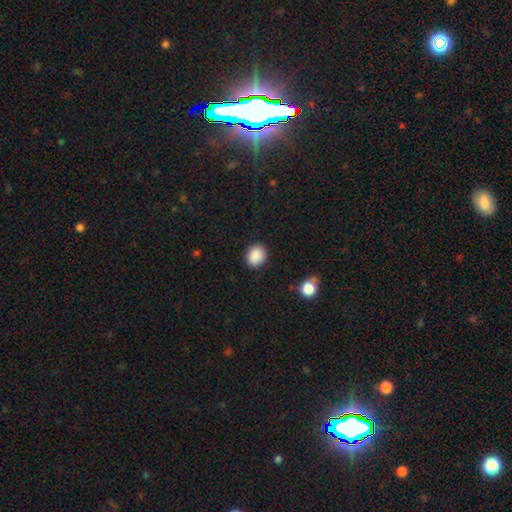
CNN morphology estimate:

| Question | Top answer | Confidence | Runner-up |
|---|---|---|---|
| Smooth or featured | smooth | 89% | star or artifact (8%) |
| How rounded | round | 52% | in between (47%) |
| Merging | none | 88% | minor disturbance (8%) |